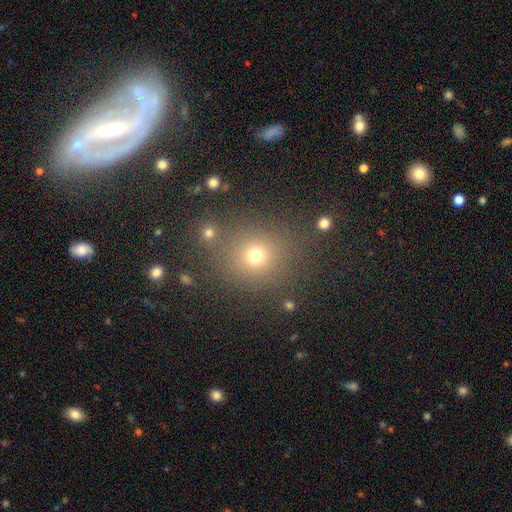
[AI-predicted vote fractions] The model was most divided on "smooth or featured": smooth: 69%, star or artifact: 22%, featured or disk: 9%. More confident: how rounded — round (83%); merging — none (76%).